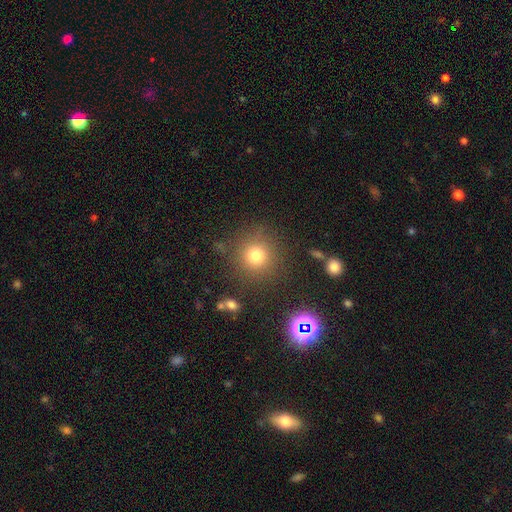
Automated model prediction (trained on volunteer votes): Smooth or featured? Predicted: smooth (p=0.76). How rounded? Predicted: round (p=0.93). Merging? Predicted: none (p=0.84).